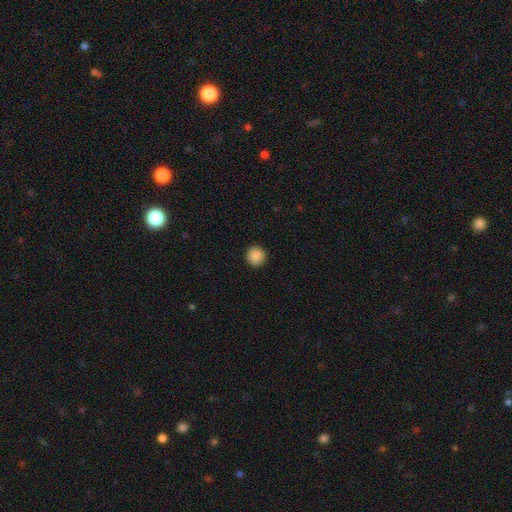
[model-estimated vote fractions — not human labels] Smooth or featured: smooth — 89% (star or artifact — 9%)
How rounded: round — 94% (in between — 5%)
Merging: none — 92% (minor disturbance — 5%)